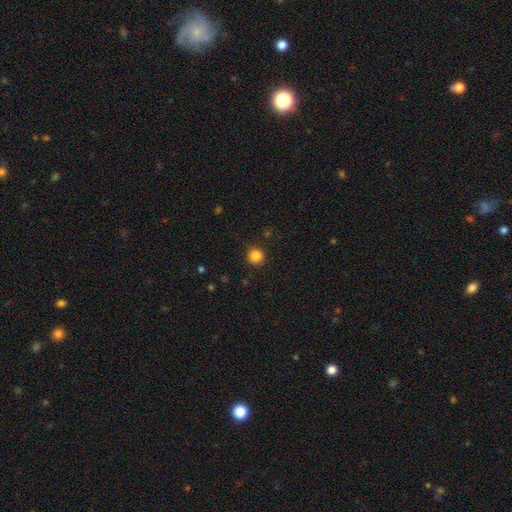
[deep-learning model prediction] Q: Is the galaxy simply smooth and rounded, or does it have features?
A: smooth — 85%.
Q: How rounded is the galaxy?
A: round — 93%.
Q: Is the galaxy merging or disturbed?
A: none — 90%.